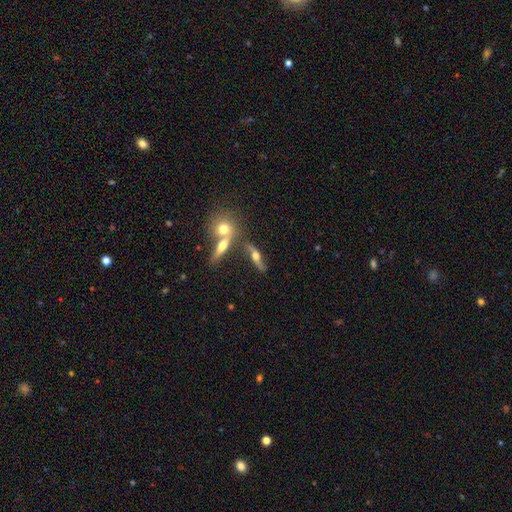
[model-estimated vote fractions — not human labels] featured or disk 66%, smooth 25%, star or artifact 9%. Down the decision tree: edge-on disk — yes (70%); merging — none (63%).